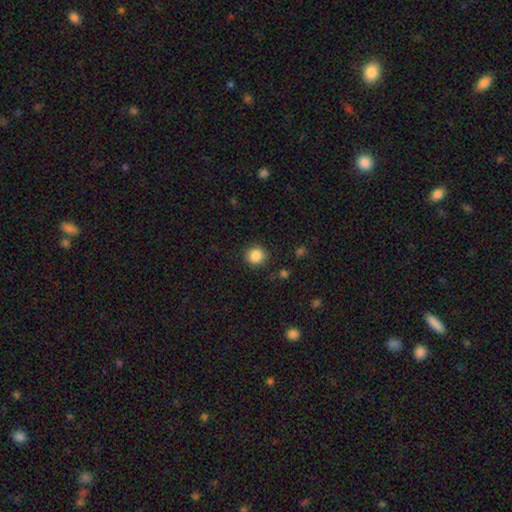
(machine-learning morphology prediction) A smooth galaxy with no disk features (86%) that is round (91%). Merging: none (88%).